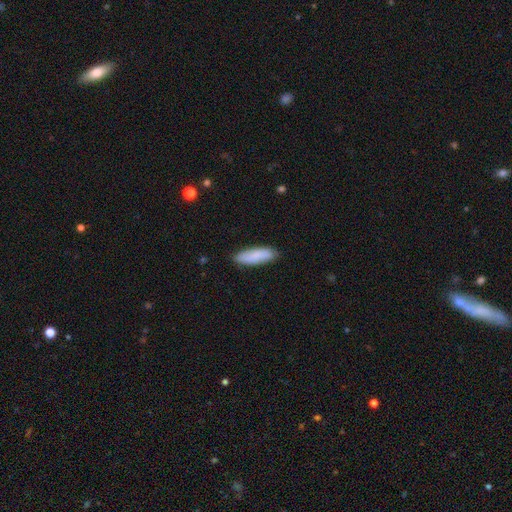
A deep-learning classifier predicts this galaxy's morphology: A smooth galaxy with no disk features (86%) that is cigar-shaped (51%).

Vote fractions:
- Smooth or featured? smooth: 86% / featured or disk: 8% / star or artifact: 5%
- How rounded? cigar-shaped: 51% / in between: 48% / round: 2%
- Merging? none: 87% / minor disturbance: 10% / major disturbance: 2% / merger: 1%